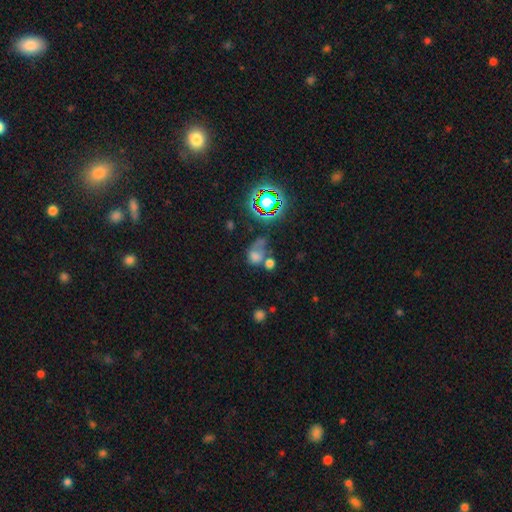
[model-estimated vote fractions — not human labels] smooth-or-featured: smooth: 57% | star or artifact: 25% | featured or disk: 17%
  how-rounded: round: 54% | in between: 44% | cigar-shaped: 2%
  merging: merger: 38% | none: 27% | major disturbance: 21% | minor disturbance: 14%